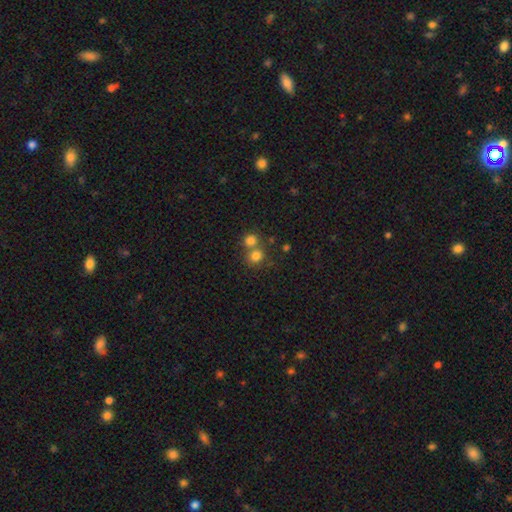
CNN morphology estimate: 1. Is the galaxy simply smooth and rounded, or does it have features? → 78% smooth, 14% star or artifact, 8% featured or disk.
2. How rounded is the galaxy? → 84% round, 15% in between, 1% cigar-shaped.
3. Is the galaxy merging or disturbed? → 51% none, 39% merger, 7% minor disturbance, 3% major disturbance.